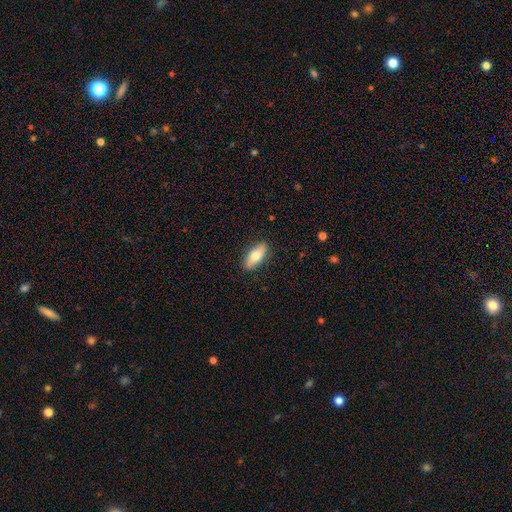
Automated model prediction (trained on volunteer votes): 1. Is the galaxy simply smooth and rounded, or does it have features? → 72% smooth, 22% featured or disk, 6% star or artifact.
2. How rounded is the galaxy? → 80% in between, 17% cigar-shaped, 3% round.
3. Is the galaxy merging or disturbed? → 87% none, 10% minor disturbance, 2% major disturbance, 1% merger.